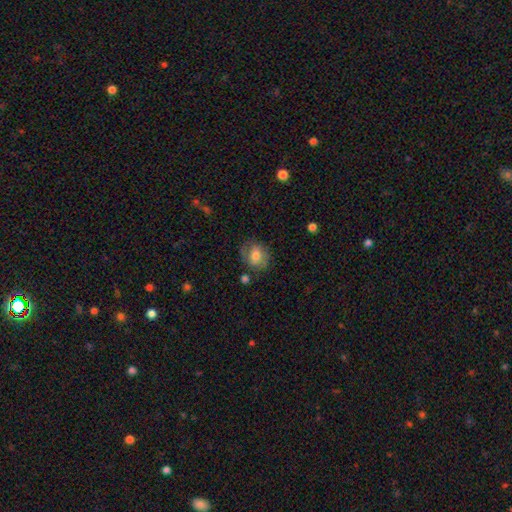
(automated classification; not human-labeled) Morphology: type=smooth (64%); roundness=round (58%); merging=none (69%).